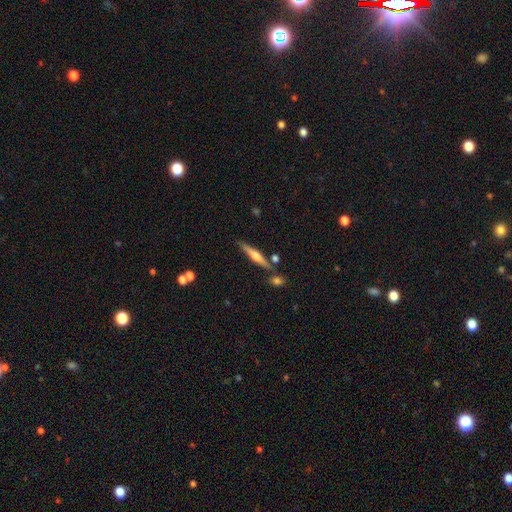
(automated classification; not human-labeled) This appears to be a featured or disk galaxy (58%) viewed edge-on (96%) with a rounded central bulge (85%). Merging: none (80%).